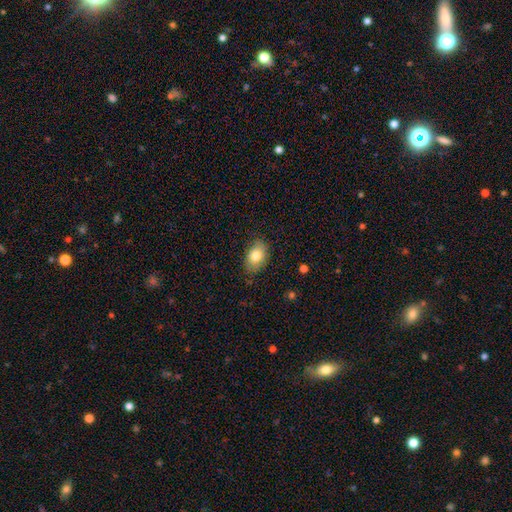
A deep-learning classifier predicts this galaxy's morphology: smooth_or_featured: smooth (p=0.80) [alt: featured or disk p=0.12]
how_rounded: in between (p=0.85) [alt: round p=0.14]
merging: none (p=0.78) [alt: minor disturbance p=0.18]